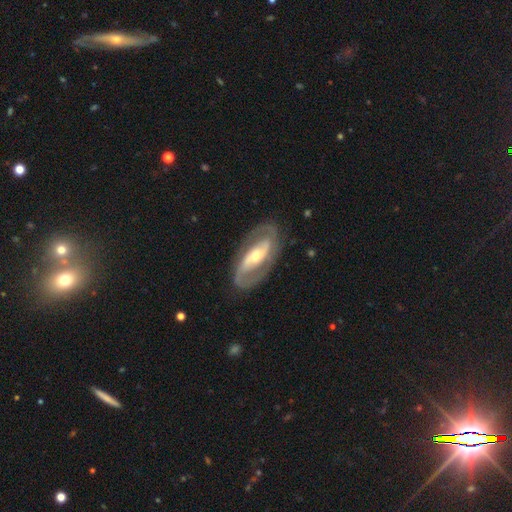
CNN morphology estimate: Overall: featured or disk (85%). Edge-on disk: no (94%). Bar: strong (47%; weak 28%). Spiral arms: yes (89%). Spiral arm count: 2 (89%). Spiral winding: medium (46%; tight 30%). Bulge size: moderate (53%; small 41%). Merging: none (81%).